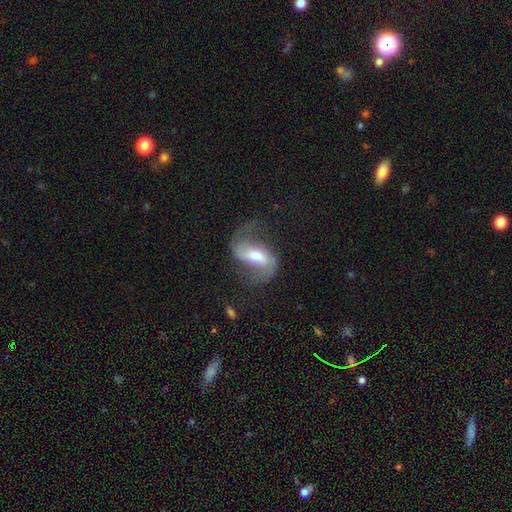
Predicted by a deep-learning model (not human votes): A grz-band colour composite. It shows a featured or disk galaxy (86%) with a strong bar (43%), 2 (92%) loose (57%) spiral arms (95%) and a moderate central bulge (66%). Merging: none (65%).